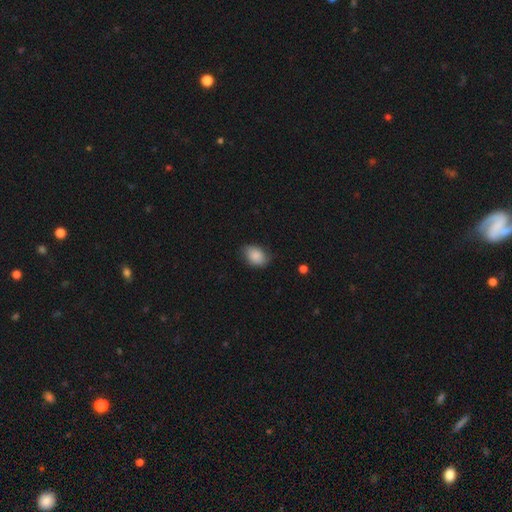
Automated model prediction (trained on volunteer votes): This is clearly a smooth galaxy (85%). How rounded: likely in between (79%). Merging: likely none (71%).